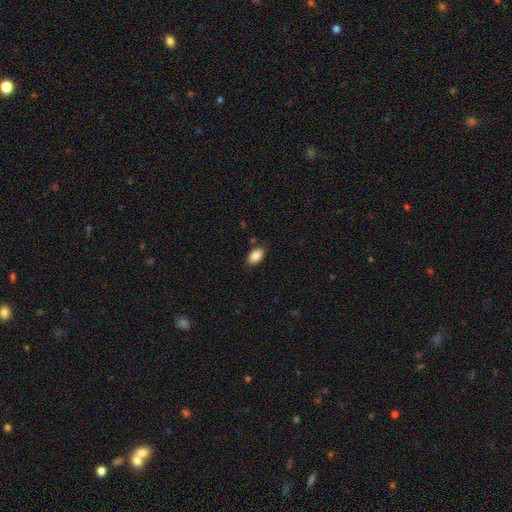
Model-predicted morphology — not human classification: This appears to be a smooth galaxy with no disk features (88%) that is in between round and cigar-shaped (93%). Merging: none (85%).